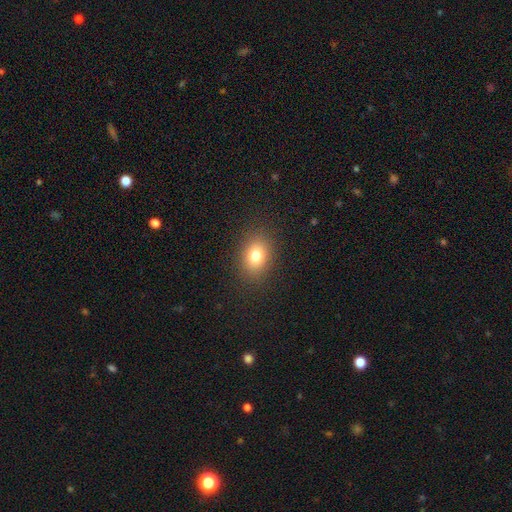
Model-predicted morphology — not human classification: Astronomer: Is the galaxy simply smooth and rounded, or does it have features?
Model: smooth — 78%.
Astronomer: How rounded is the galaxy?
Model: in between — 65%.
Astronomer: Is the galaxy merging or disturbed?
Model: none — 87%.